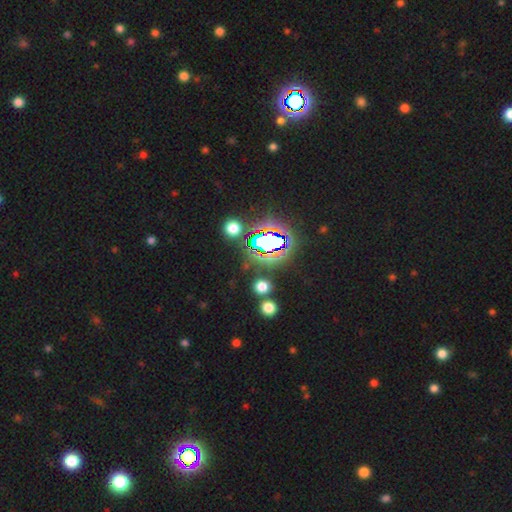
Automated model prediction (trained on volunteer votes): Overall: star or artifact (82%).